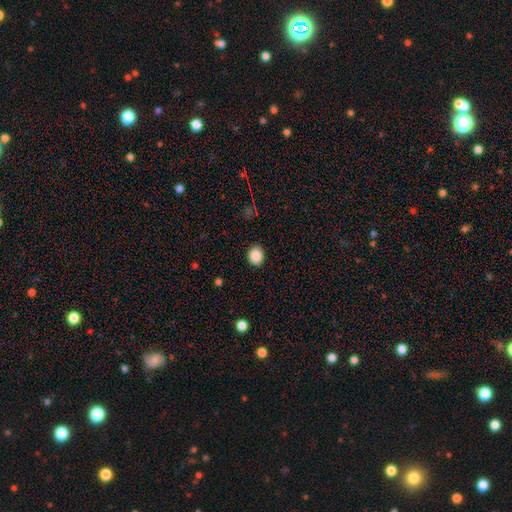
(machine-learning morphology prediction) smooth 88%, star or artifact 9%, featured or disk 3%. Down the decision tree: how rounded — round (62%); merging — none (89%).